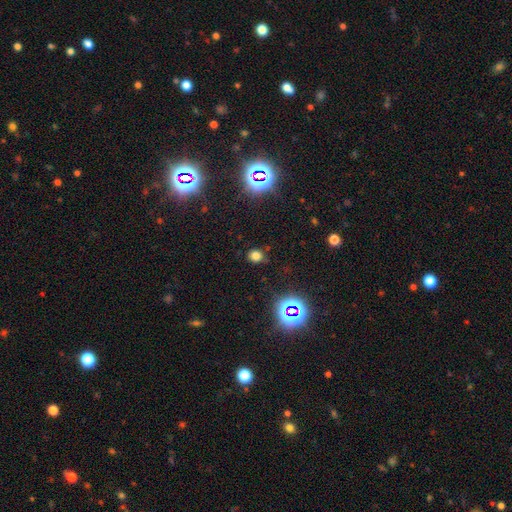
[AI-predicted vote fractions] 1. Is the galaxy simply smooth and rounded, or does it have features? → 69% smooth, 25% star or artifact, 6% featured or disk.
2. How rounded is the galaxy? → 69% round, 30% in between, 1% cigar-shaped.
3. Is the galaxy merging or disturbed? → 81% none, 13% minor disturbance, 4% major disturbance, 2% merger.